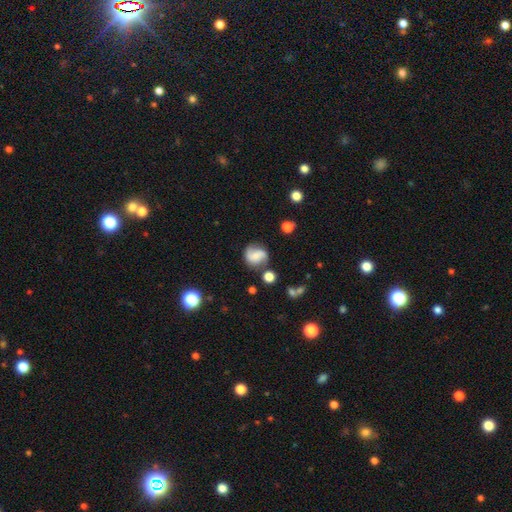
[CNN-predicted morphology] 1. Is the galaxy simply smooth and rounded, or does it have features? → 61% featured or disk, 30% smooth, 9% star or artifact.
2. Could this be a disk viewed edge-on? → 98% no, 2% yes.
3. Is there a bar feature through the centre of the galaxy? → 51% no, 37% weak, 12% strong.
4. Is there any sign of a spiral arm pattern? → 92% yes, 8% no.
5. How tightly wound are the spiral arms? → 44% medium, 36% loose, 20% tight.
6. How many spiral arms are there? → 85% 2, 7% can't tell, 3% 3, 3% 1, 1% 4, 1% more than 4.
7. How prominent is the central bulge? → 47% small, 26% moderate, 21% none, 4% large, 2% dominant.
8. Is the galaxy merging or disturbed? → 69% none, 18% minor disturbance, 7% major disturbance, 6% merger.